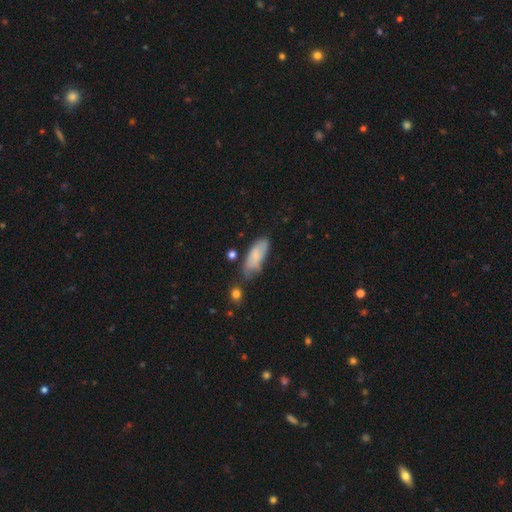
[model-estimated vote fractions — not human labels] Smooth or featured? smooth (72%)
How rounded? in between (73%)
Merging? none (55%)